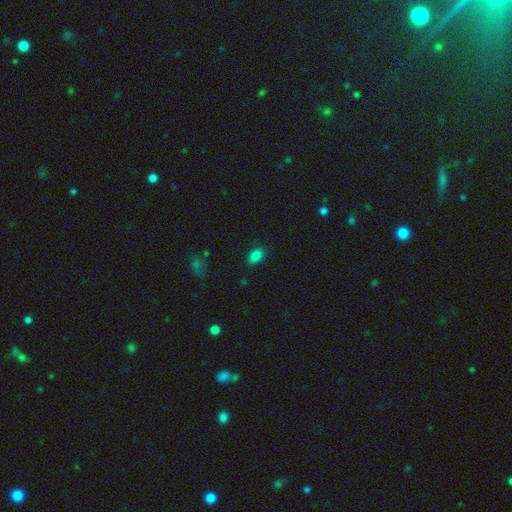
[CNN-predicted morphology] Q: Smooth or featured?
A: smooth (83%); runner-up: star or artifact (12%)
Q: How rounded?
A: in between (85%); runner-up: round (13%)
Q: Merging?
A: none (85%); runner-up: minor disturbance (11%)